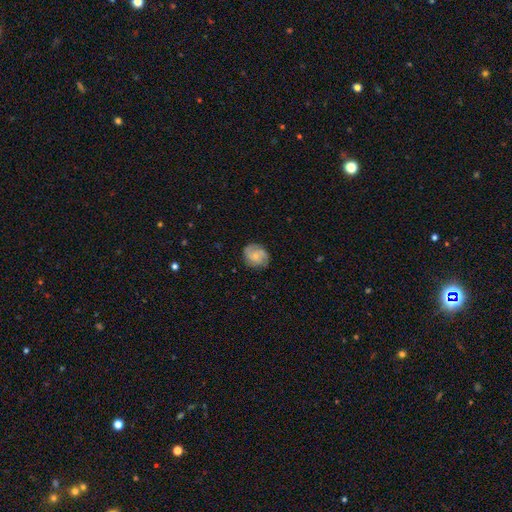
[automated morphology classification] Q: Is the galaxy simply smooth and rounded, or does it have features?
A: featured or disk — 55%.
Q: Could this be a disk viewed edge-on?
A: no — 97%.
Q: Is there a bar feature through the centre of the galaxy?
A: no — 76%.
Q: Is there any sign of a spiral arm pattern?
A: yes — 88%.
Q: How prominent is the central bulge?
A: small — 62%.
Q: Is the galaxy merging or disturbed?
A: none — 76%.